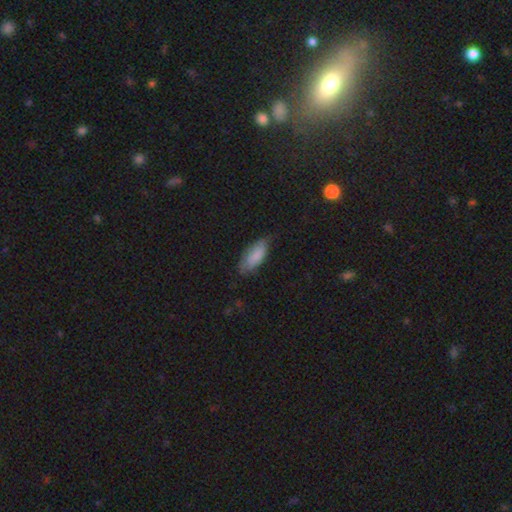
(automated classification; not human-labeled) smooth_or_featured: smooth (p=0.84) [alt: featured or disk p=0.10]
how_rounded: in between (p=0.80) [alt: cigar-shaped p=0.18]
merging: none (p=0.67) [alt: minor disturbance p=0.26]